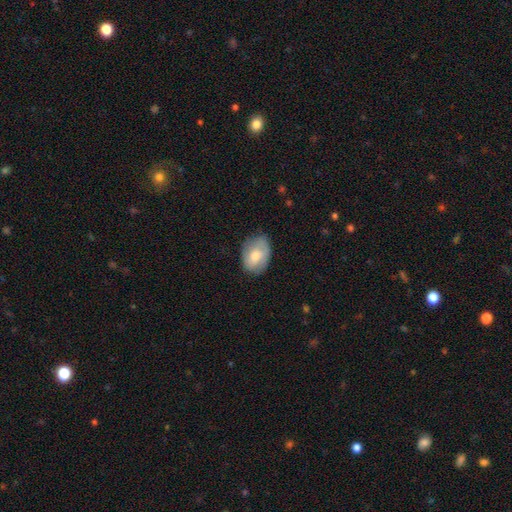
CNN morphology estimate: Q: Smooth or featured?
A: smooth (73%); runner-up: featured or disk (21%)
Q: How rounded?
A: in between (79%); runner-up: round (20%)
Q: Merging?
A: none (69%); runner-up: minor disturbance (24%)